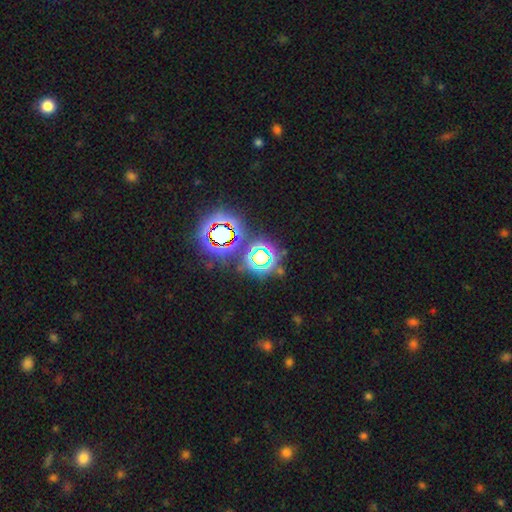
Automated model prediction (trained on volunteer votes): This is likely a star or artifact rather than a galaxy (71%).